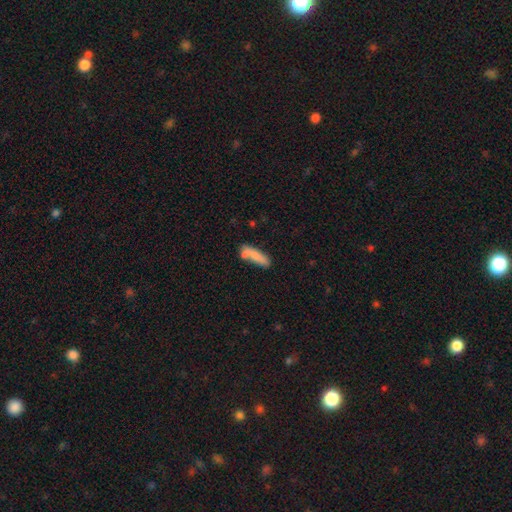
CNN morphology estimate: smooth_or_featured: smooth (p=0.79) [alt: featured or disk p=0.14]
how_rounded: cigar-shaped (p=0.63) [alt: in between p=0.35]
merging: none (p=0.55) [alt: merger p=0.21]